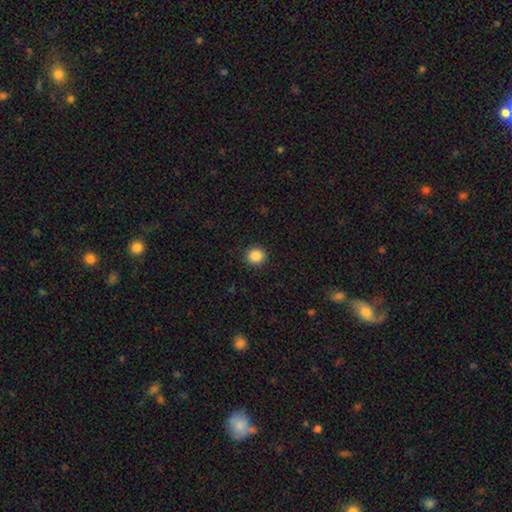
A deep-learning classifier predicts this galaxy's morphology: This appears to be a smooth galaxy with no disk features (87%) that is round (91%). Merging: none (92%).